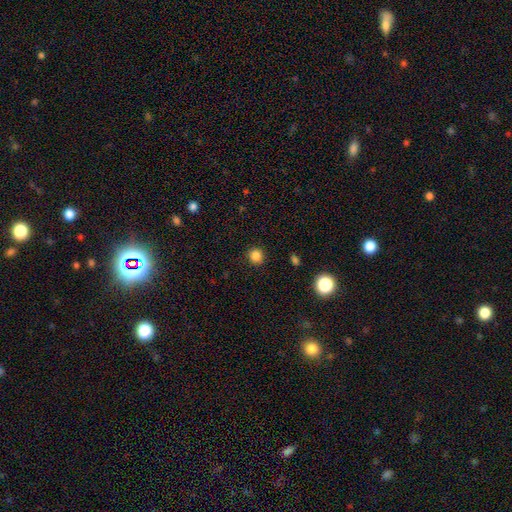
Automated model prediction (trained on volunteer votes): smooth_or_featured: smooth (p=0.84) [alt: star or artifact p=0.13]
how_rounded: round (p=0.89) [alt: in between p=0.10]
merging: none (p=0.90) [alt: minor disturbance p=0.07]